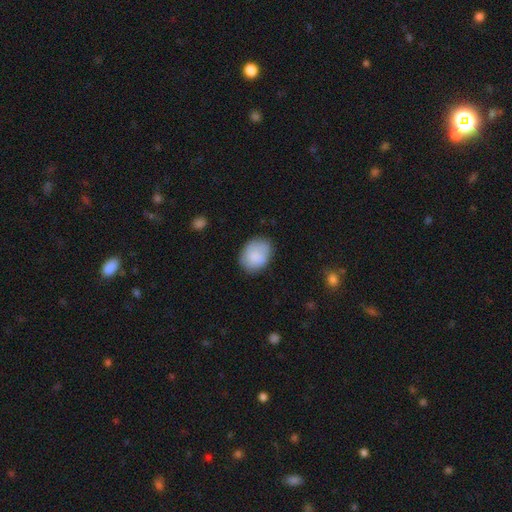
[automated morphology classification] This appears to be a smooth galaxy with no disk features (82%) that is in between round and cigar-shaped (65%). Merging: none (71%).